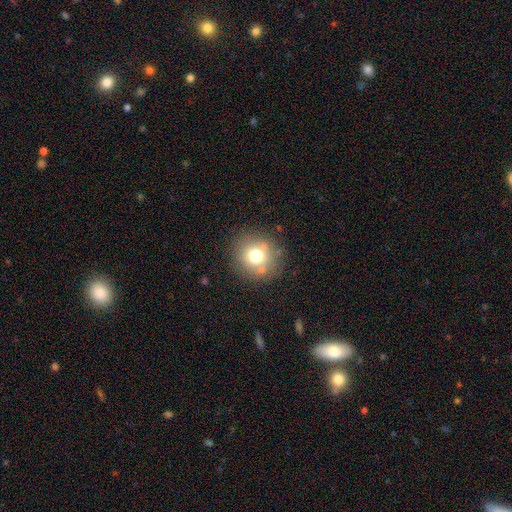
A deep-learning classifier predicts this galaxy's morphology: Q: Smooth or featured?
A: smooth (70%); runner-up: featured or disk (16%)
Q: How rounded?
A: round (91%); runner-up: in between (8%)
Q: Merging?
A: none (80%); runner-up: minor disturbance (11%)